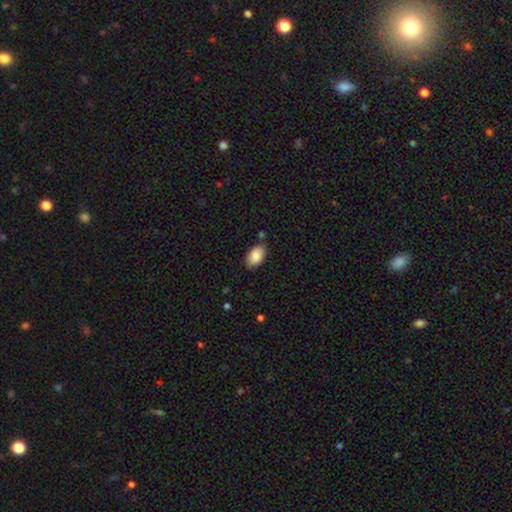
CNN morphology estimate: A smooth galaxy with no disk features (85%) that is in between round and cigar-shaped (92%). Merging: none (79%).